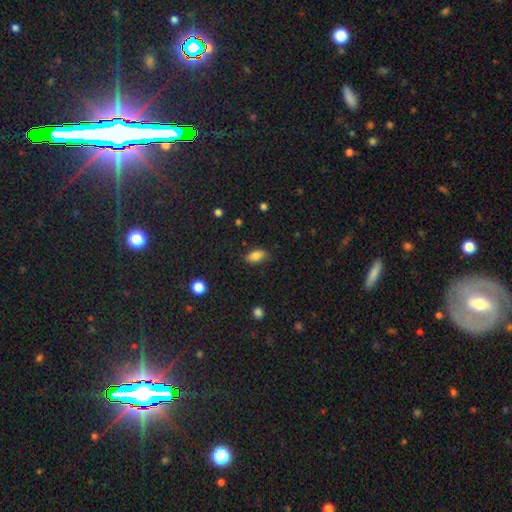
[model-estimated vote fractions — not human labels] Smooth or featured? Predicted: smooth (p=0.83). How rounded? Predicted: in between (p=0.89). Merging? Predicted: none (p=0.80).